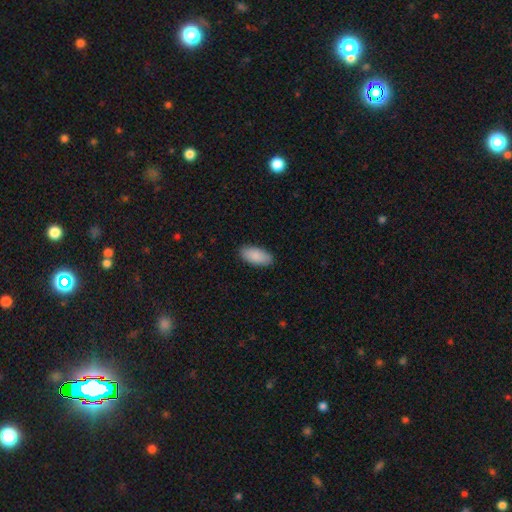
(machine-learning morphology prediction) Overall: smooth (90%). How rounded: in between (93%). Merging: none (88%).